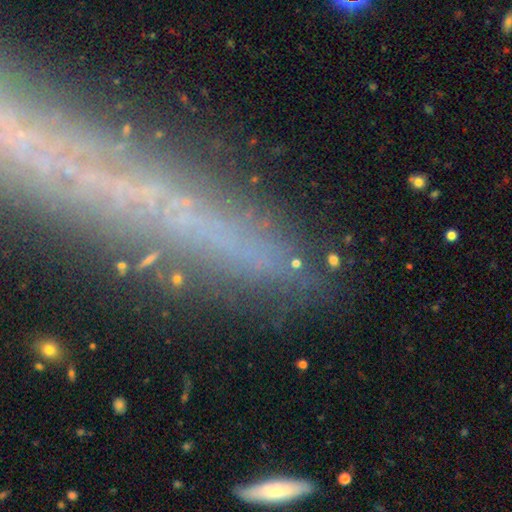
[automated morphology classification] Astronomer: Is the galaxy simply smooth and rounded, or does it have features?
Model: featured or disk — 46% (runner-up: smooth, 29%).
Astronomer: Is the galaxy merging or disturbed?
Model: none — 79%.